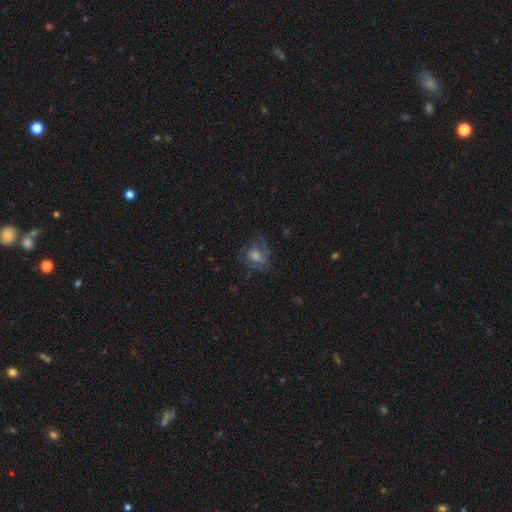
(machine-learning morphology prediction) The model was most divided on "bulge size": moderate: 50%, small: 26%, large: 16%, none: 7%, dominant: 2%. More confident: edge-on disk — no (96%); spiral arms — yes (80%); merging — none (64%); bar — no (60%); smooth or featured — featured or disk (58%).